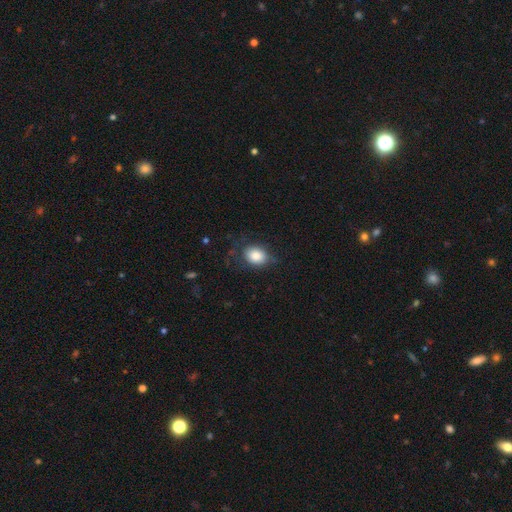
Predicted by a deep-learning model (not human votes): Smooth or featured: smooth — 83% (featured or disk — 9%)
How rounded: in between — 55% (round — 44%)
Merging: none — 68% (minor disturbance — 21%)